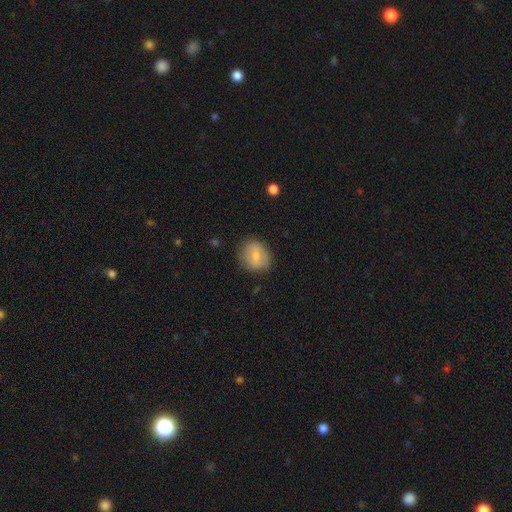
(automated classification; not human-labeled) Overall: smooth (65%; featured or disk 28%). How rounded: round (66%; in between 33%). Merging: none (77%).